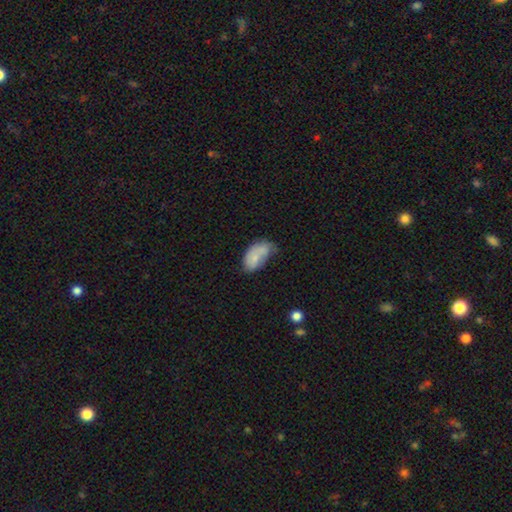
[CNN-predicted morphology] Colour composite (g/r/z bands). It shows a smooth galaxy with no disk features (72%) that is in between round and cigar-shaped (93%). Merging: minor disturbance (37%).